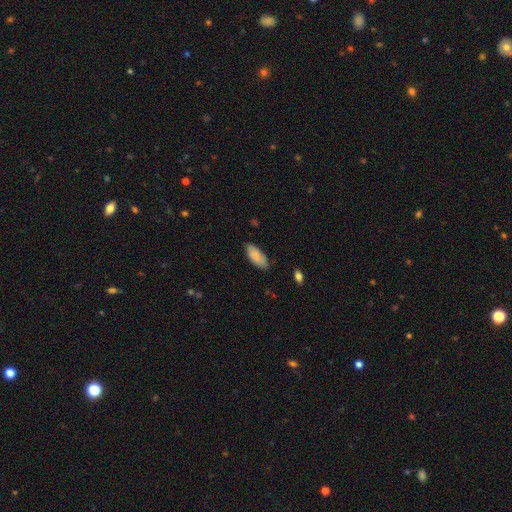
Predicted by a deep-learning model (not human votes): Morphology: type=smooth (86%); roundness=in between (86%); merging=none (79%).